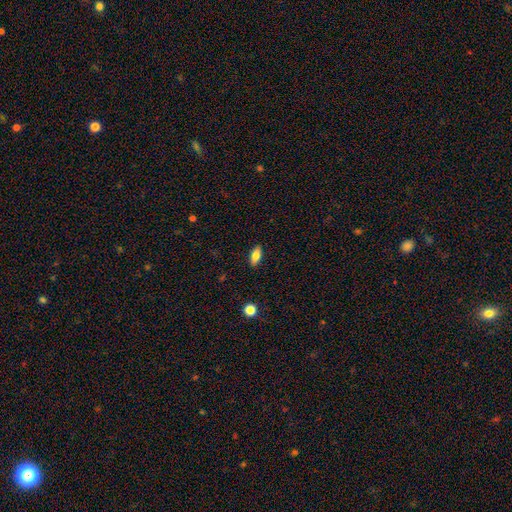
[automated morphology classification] smooth 81%, featured or disk 11%, star or artifact 8%. Down the decision tree: how rounded — in between (84%); merging — none (89%).